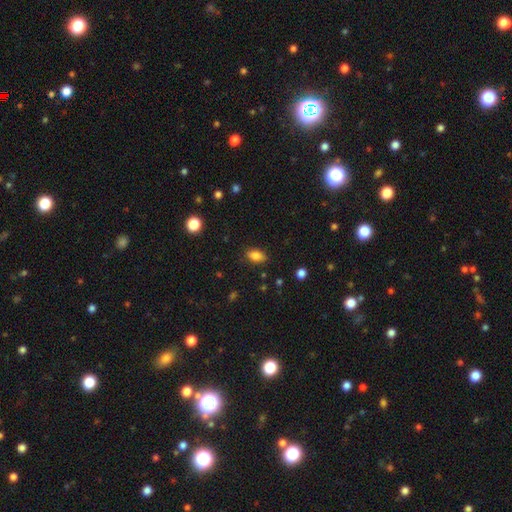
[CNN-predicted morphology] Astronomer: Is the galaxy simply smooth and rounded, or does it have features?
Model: smooth — 85%.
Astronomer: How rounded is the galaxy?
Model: in between — 88%.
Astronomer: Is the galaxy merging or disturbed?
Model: none — 85%.